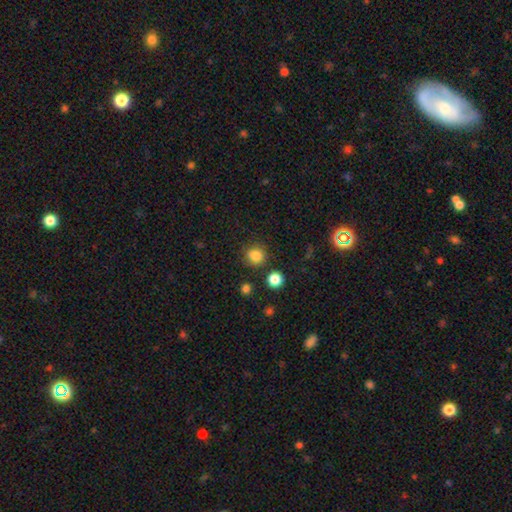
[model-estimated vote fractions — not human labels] Morphology: type=smooth (83%); roundness=round (88%); merging=none (83%).